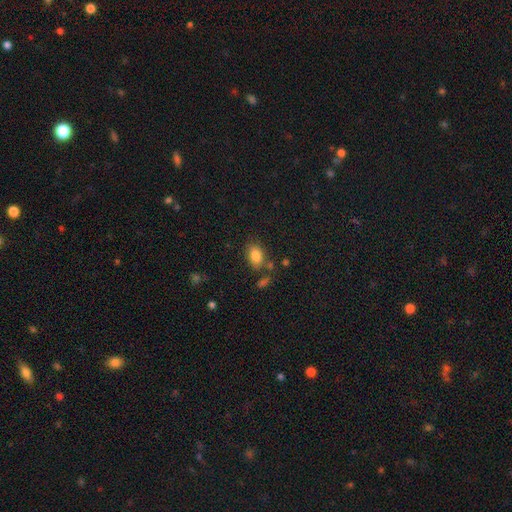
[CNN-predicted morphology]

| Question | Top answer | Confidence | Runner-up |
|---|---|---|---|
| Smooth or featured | smooth | 84% | star or artifact (9%) |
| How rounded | in between | 82% | round (16%) |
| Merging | none | 69% | minor disturbance (16%) |